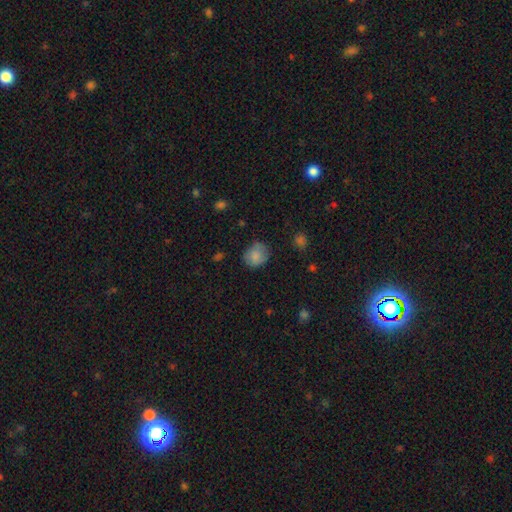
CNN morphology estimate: Smooth or featured? Predicted: smooth (p=0.82). How rounded? Predicted: round (p=0.65). Merging? Predicted: none (p=0.70).